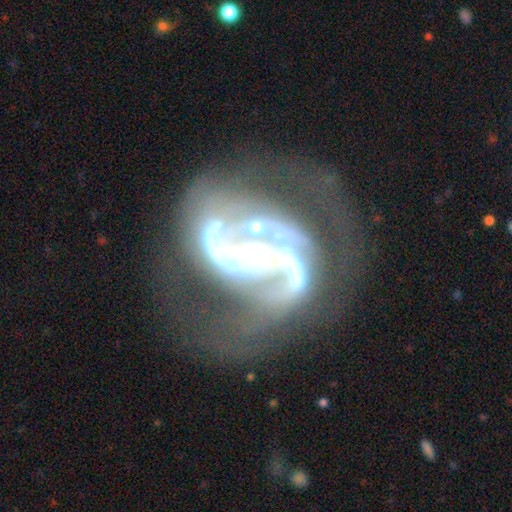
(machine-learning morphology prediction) This is clearly a featured or disk galaxy (91%). It is clearly not viewed edge-on (98%). Bar: marginally no (41%). Spiral arm pattern: clearly yes (96%). Spiral arm count: likely 2 (73%). Spiral winding: possibly medium (54%). Central bulge: likely moderate (61%). Merging: marginally none (42%).